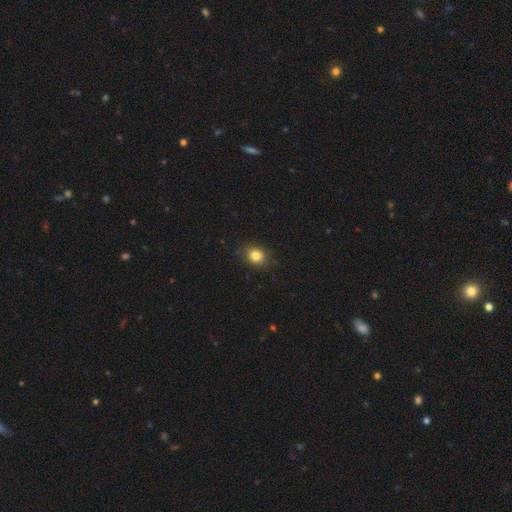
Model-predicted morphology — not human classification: smooth 83%, star or artifact 11%, featured or disk 6%. Down the decision tree: how rounded — round (59%); merging — none (84%).